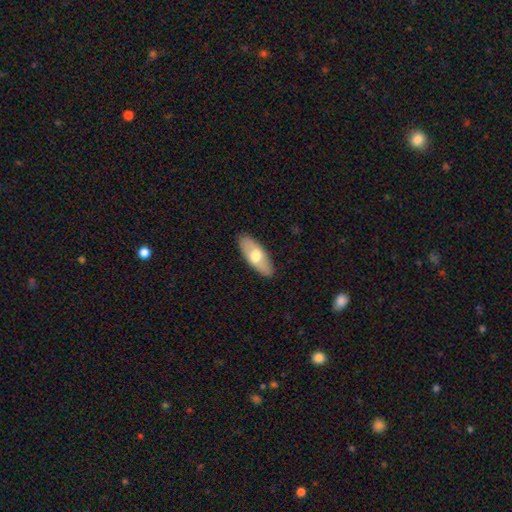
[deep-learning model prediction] This appears to be a smooth galaxy with no disk features (63%) that is in between round and cigar-shaped (81%). Merging: none (88%).